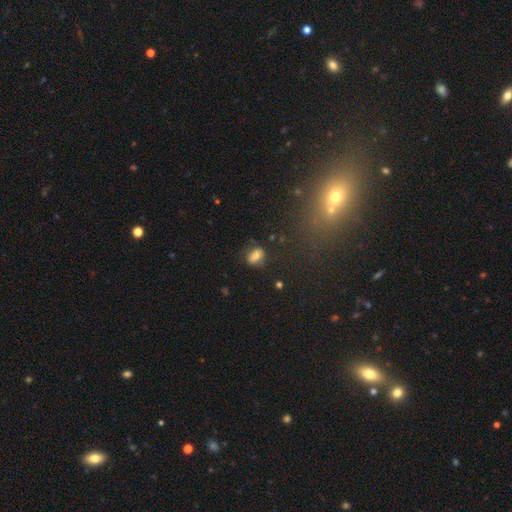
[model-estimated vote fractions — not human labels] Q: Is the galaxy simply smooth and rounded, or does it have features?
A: smooth — 75%.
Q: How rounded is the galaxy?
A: in between — 78%.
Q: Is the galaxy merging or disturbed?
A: none — 76%.